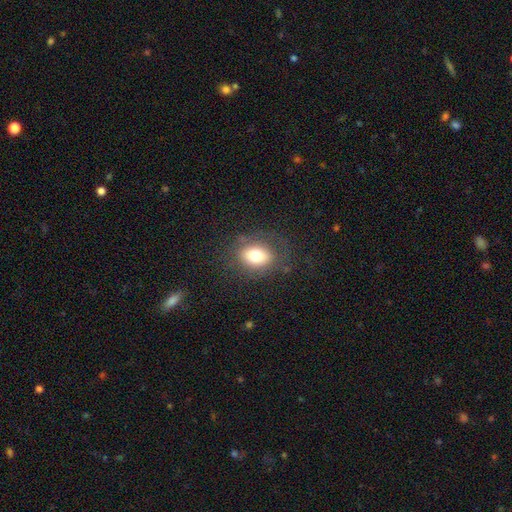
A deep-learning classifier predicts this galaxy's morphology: Smooth or featured?
  - smooth: 75% *
  - featured or disk: 14%
  - star or artifact: 11%
How rounded?
  - in between: 60% *
  - round: 39%
  - cigar-shaped: 1%
Merging?
  - none: 77% *
  - minor disturbance: 14%
  - major disturbance: 8%
  - merger: 1%